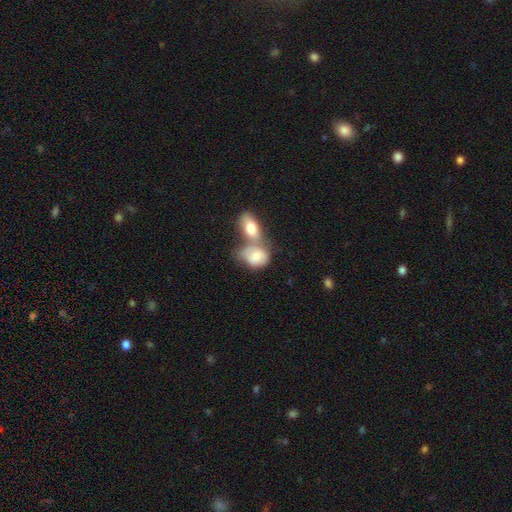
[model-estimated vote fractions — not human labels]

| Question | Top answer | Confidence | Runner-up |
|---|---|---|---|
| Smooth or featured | smooth | 73% | featured or disk (20%) |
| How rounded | in between | 78% | round (20%) |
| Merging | merger | 62% | none (21%) |